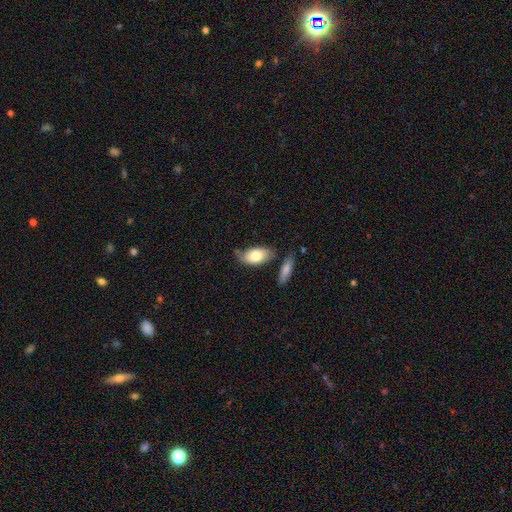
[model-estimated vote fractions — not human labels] smooth-or-featured: smooth: 77% | featured or disk: 17% | star or artifact: 6%
  how-rounded: in between: 93% | round: 4% | cigar-shaped: 4%
  merging: none: 60% | minor disturbance: 24% | merger: 10% | major disturbance: 6%